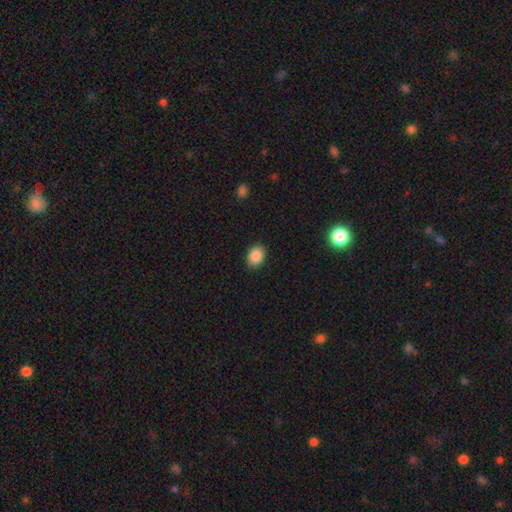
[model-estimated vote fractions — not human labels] This appears to be a smooth galaxy with no disk features (88%) that is in between round and cigar-shaped (67%). Merging: none (89%).